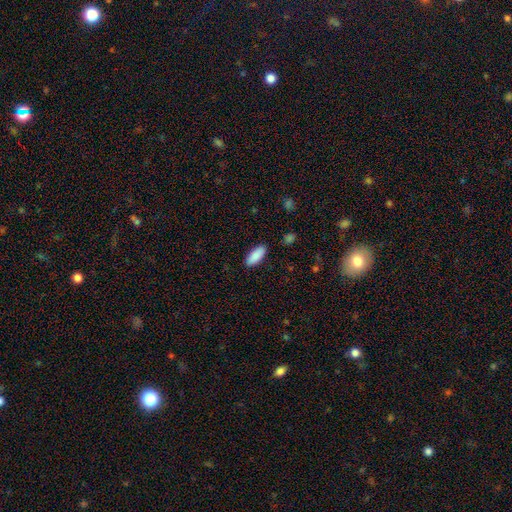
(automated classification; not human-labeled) Smooth or featured: smooth — 89% (star or artifact — 6%)
How rounded: in between — 79% (cigar-shaped — 19%)
Merging: none — 89% (minor disturbance — 8%)